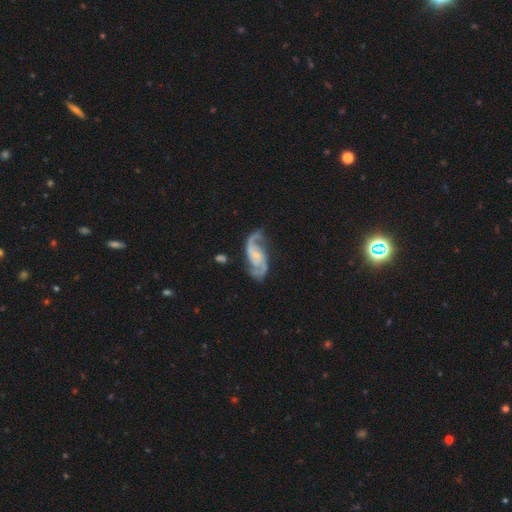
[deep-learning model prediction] This appears to be a featured or disk galaxy (91%) with no bar (50%), 2 (91%) medium (51%) spiral arms (98%) and a small central bulge (60%). Merging: none (70%).